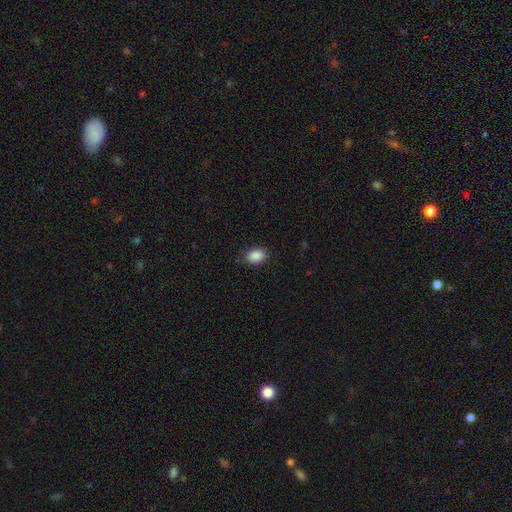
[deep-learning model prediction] Smooth or featured? smooth (89%)
How rounded? in between (76%)
Merging? none (84%)